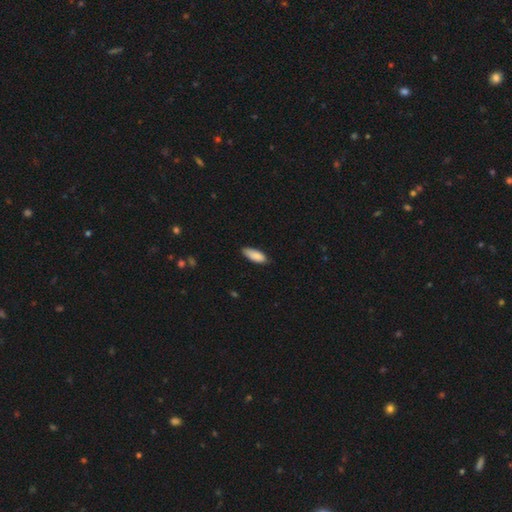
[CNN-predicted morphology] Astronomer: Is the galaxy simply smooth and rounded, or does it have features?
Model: smooth — 88%.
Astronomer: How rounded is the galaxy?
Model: in between — 73%.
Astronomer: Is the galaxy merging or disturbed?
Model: none — 78%.